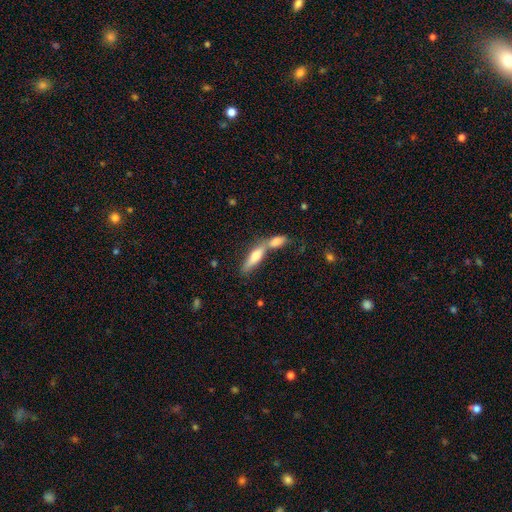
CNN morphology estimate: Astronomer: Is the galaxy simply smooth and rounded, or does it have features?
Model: smooth — 64%.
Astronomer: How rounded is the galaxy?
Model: cigar-shaped — 62%.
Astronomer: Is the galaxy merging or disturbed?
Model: merger — 56% (runner-up: none, 32%).